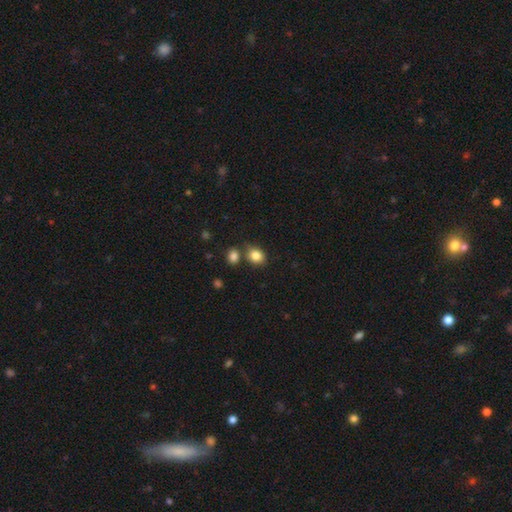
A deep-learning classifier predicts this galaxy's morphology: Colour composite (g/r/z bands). It shows a smooth galaxy with no disk features (84%) that is round (53%). Merging: none (66%).